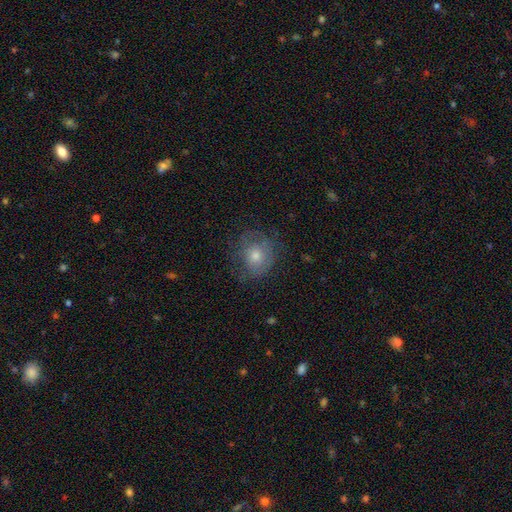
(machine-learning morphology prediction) The model was most divided on "smooth or featured": smooth: 57%, featured or disk: 31%, star or artifact: 13%. More confident: how rounded — round (81%); merging — none (68%).